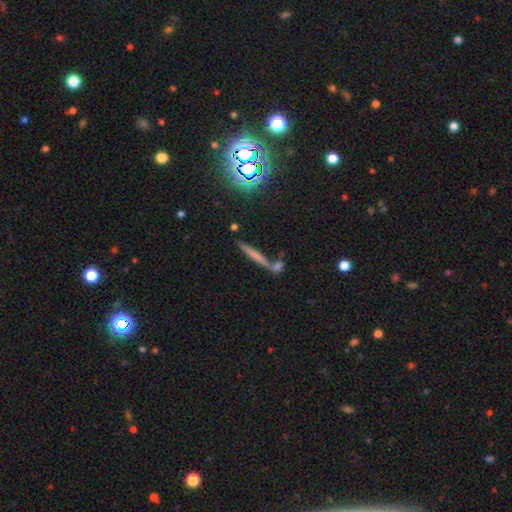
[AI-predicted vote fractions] This appears to be a smooth galaxy with no disk features (49%). Merging: none (61%).